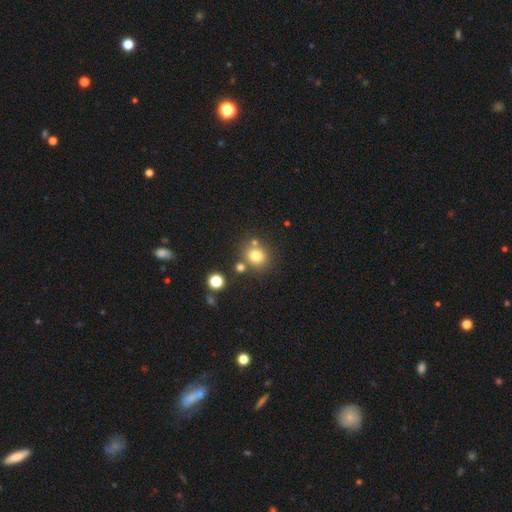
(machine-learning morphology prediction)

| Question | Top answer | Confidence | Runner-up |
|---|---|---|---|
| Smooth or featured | smooth | 77% | star or artifact (14%) |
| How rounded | round | 80% | in between (19%) |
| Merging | none | 70% | merger (16%) |